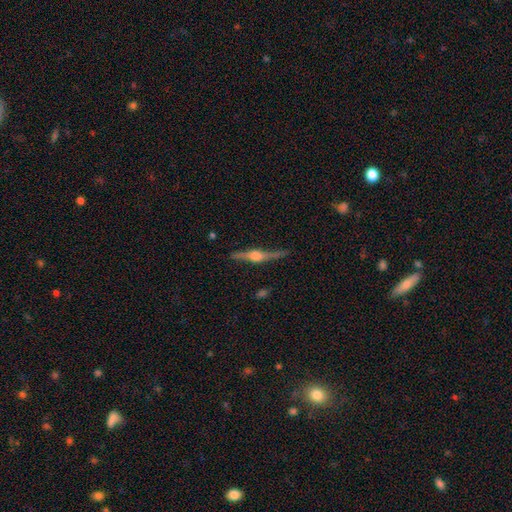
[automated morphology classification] Smooth or featured?
  - featured or disk: 86% *
  - smooth: 9%
  - star or artifact: 5%
Edge-on disk?
  - yes: 98% *
  - no: 2%
Edge-on bulge?
  - rounded: 91% *
  - boxy: 7%
  - none: 2%
Merging?
  - none: 87% *
  - minor disturbance: 10%
  - major disturbance: 2%
  - merger: 1%